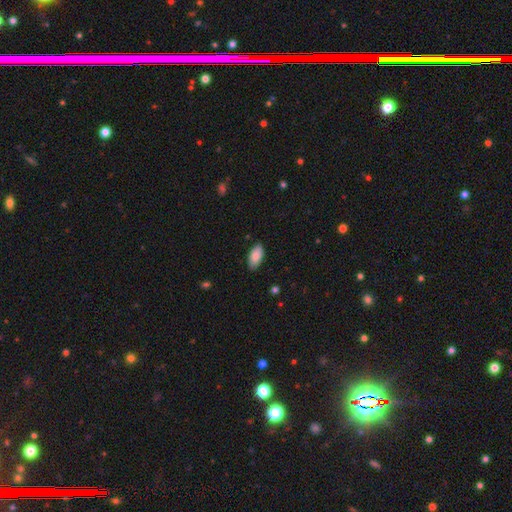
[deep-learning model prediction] Smooth or featured? smooth (87%)
How rounded? in between (92%)
Merging? none (85%)